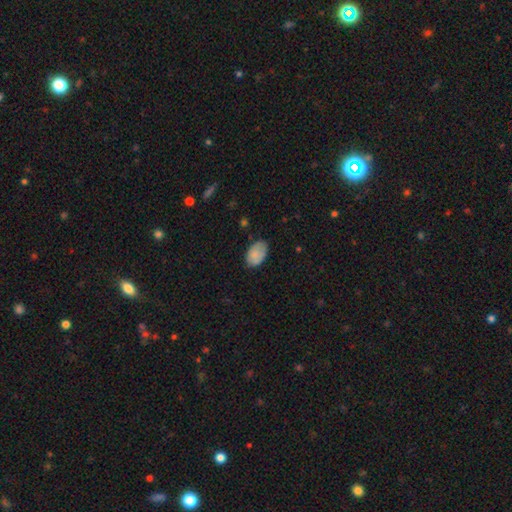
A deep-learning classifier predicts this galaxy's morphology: The model was most divided on "merging": none: 73%, minor disturbance: 21%, major disturbance: 4%, merger: 1%. More confident: how rounded — in between (91%); smooth or featured — smooth (82%).